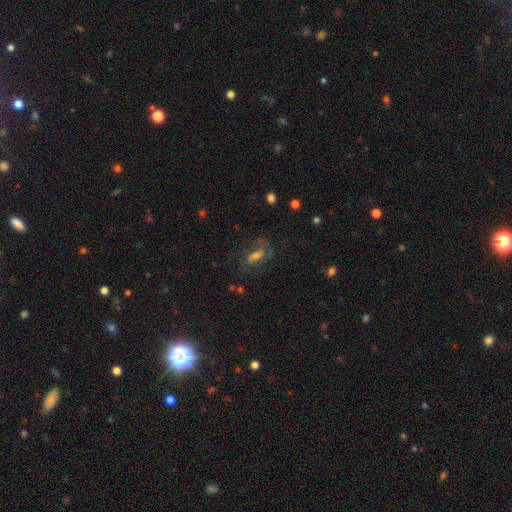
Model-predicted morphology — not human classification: type=featured or disk (65%); edge-on=no (92%); bar=weak (46%); spiral arms=yes (86%); winding=medium (49%); arm count=2 (67%); bulge=moderate (43%); merging=none (64%).